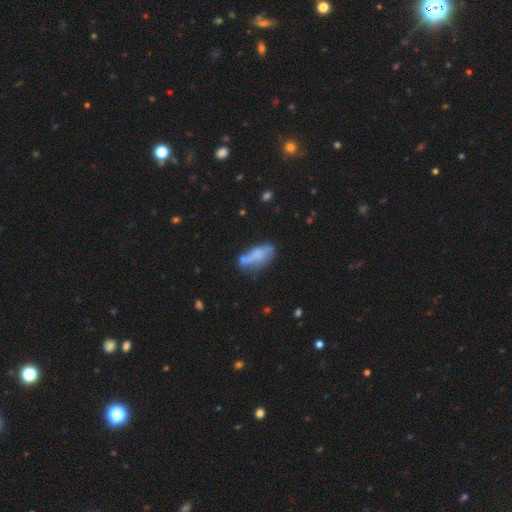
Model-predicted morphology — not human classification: The model was most divided on "merging": none: 40%, minor disturbance: 26%, merger: 19%, major disturbance: 16%. More confident: how rounded — in between (73%); smooth or featured — smooth (56%).